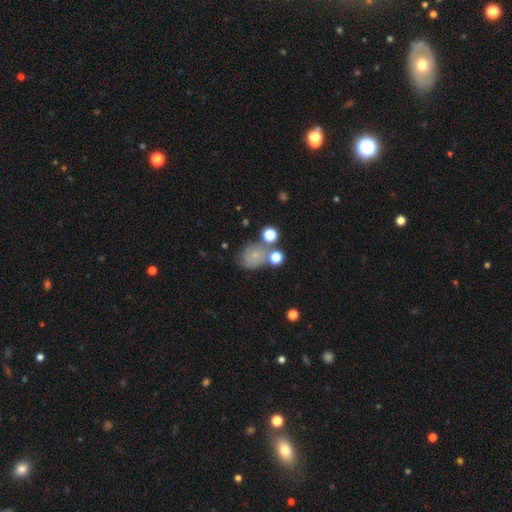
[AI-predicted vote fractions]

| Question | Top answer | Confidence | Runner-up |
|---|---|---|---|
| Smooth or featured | smooth | 67% | star or artifact (17%) |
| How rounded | round | 62% | in between (37%) |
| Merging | none | 54% | merger (19%) |